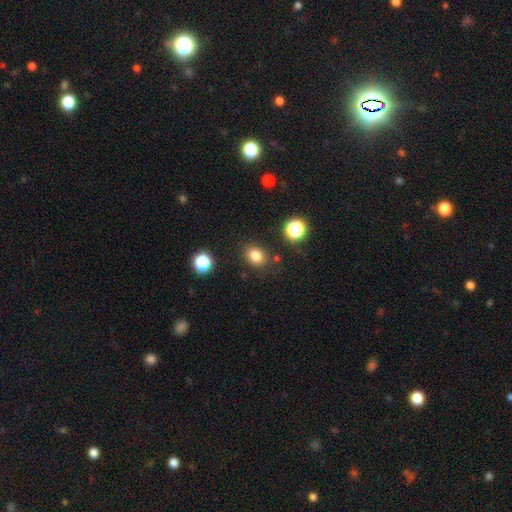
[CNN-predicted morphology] Q: Smooth or featured?
A: smooth (81%); runner-up: star or artifact (13%)
Q: How rounded?
A: round (56%); runner-up: in between (43%)
Q: Merging?
A: none (83%); runner-up: minor disturbance (11%)